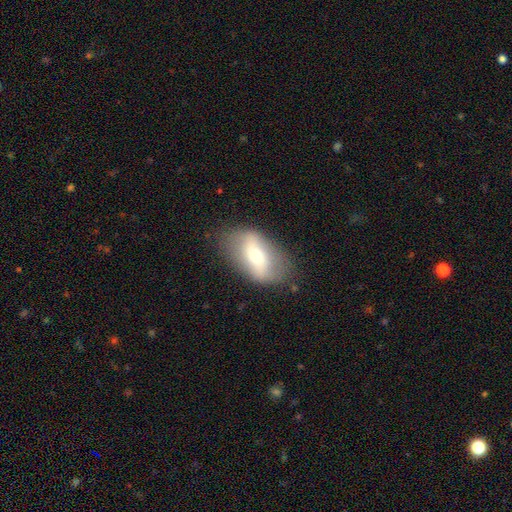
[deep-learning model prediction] This appears to be a smooth galaxy with no disk features (51%) that is in between round and cigar-shaped (89%). Merging: none (70%).